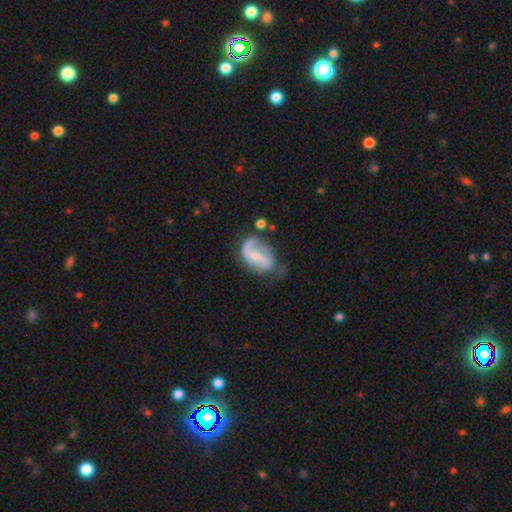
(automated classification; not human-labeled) Smooth or featured? Predicted: featured or disk (p=0.72). Edge-on disk? Predicted: no (p=0.97). Bar? Predicted: weak (p=0.40). Spiral arms? Predicted: yes (p=0.84). Spiral winding? Predicted: loose (p=0.49). Spiral arm count? Predicted: 2 (p=0.61). Bulge size? Predicted: small (p=0.56). Merging? Predicted: none (p=0.39).